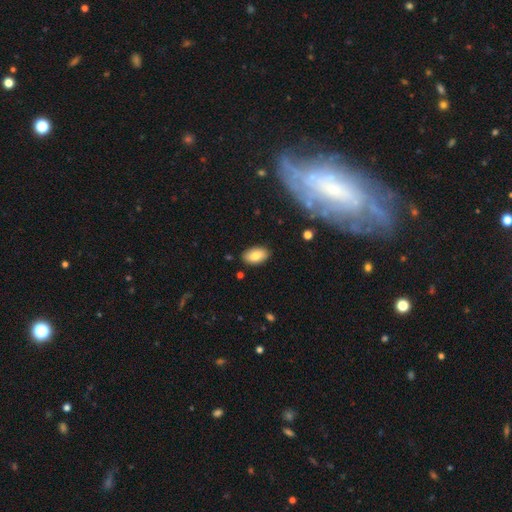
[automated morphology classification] Q: Smooth or featured?
A: smooth (83%); runner-up: featured or disk (9%)
Q: How rounded?
A: in between (94%); runner-up: round (4%)
Q: Merging?
A: none (87%); runner-up: minor disturbance (10%)